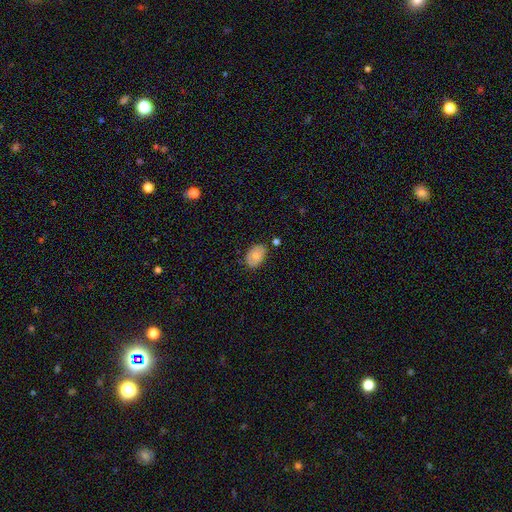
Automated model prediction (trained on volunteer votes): Smooth or featured: smooth — 78% (featured or disk — 15%)
How rounded: in between — 88% (round — 11%)
Merging: none — 77% (minor disturbance — 16%)